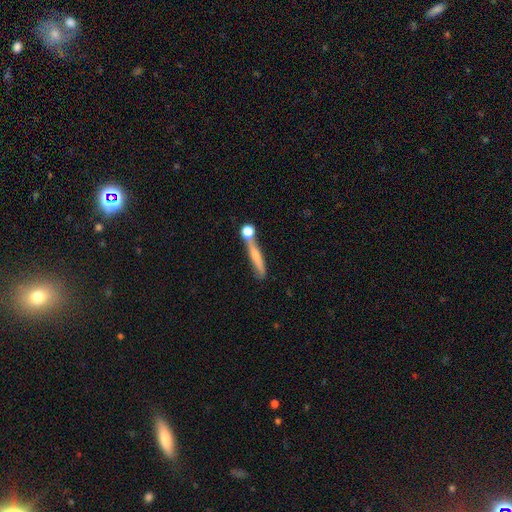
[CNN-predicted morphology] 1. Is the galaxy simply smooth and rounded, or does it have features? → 54% smooth, 37% featured or disk, 9% star or artifact.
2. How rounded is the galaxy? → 84% cigar-shaped, 10% in between, 6% round.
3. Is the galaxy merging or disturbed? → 50% none, 27% merger, 15% minor disturbance, 8% major disturbance.